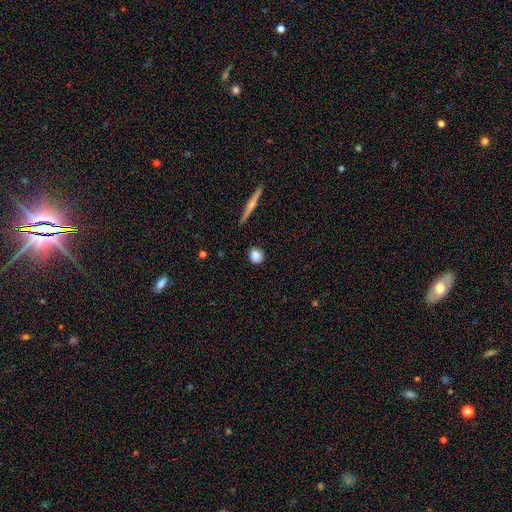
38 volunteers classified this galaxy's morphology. smooth_or_featured: smooth (p=0.82) [alt: featured or disk p=0.11]
how_rounded: round (p=0.74) [alt: in between p=0.26]
merging: none (p=0.74) [alt: minor disturbance p=0.20]